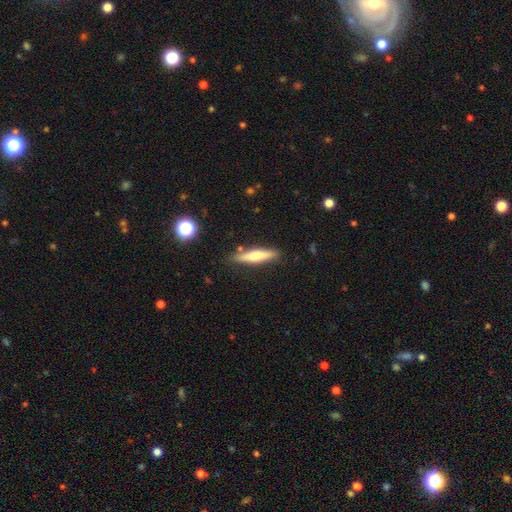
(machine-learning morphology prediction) Smooth or featured?
  - smooth: 49% *
  - featured or disk: 45%
  - star or artifact: 6%
Merging?
  - none: 86% *
  - minor disturbance: 9%
  - merger: 3%
  - major disturbance: 2%